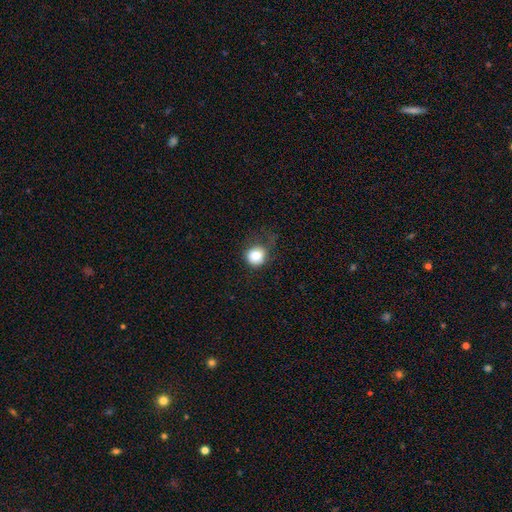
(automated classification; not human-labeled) Smooth or featured: smooth — 80% (star or artifact — 10%)
How rounded: round — 84% (in between — 15%)
Merging: none — 52% (minor disturbance — 27%)